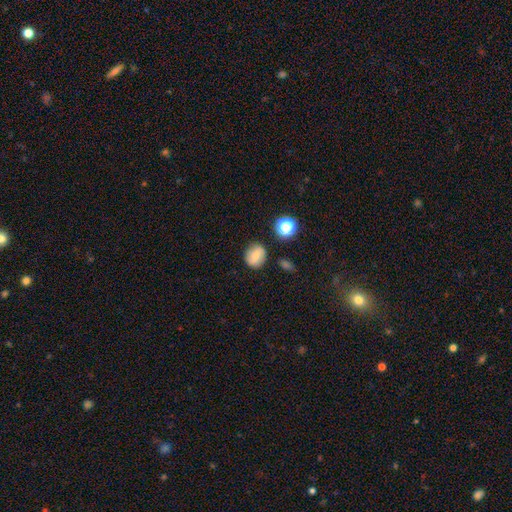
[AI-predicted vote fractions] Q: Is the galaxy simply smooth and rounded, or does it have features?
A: smooth — 76%.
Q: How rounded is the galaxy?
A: round — 71%.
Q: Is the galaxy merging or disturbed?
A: none — 82%.